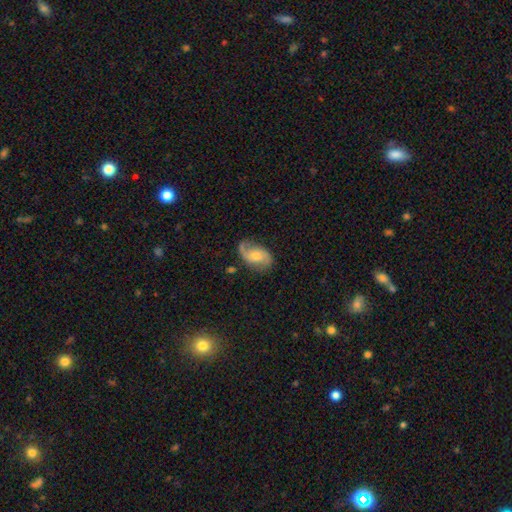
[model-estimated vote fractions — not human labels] This is likely a featured or disk galaxy (72%). It is clearly not viewed edge-on (97%). Bar: likely no (60%). Spiral arm pattern: clearly yes (93%). Spiral arm count: clearly 2 (86%). Spiral winding: possibly loose (49%). Central bulge: possibly moderate (52%). Merging: likely none (69%).